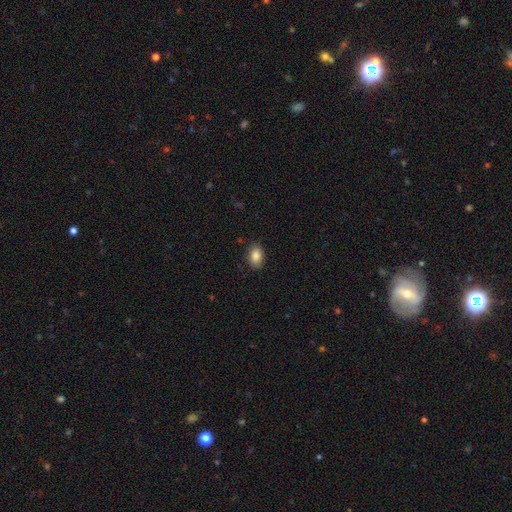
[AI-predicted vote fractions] smooth_or_featured: smooth (p=0.87) [alt: star or artifact p=0.08]
how_rounded: in between (p=0.87) [alt: round p=0.11]
merging: none (p=0.87) [alt: minor disturbance p=0.09]